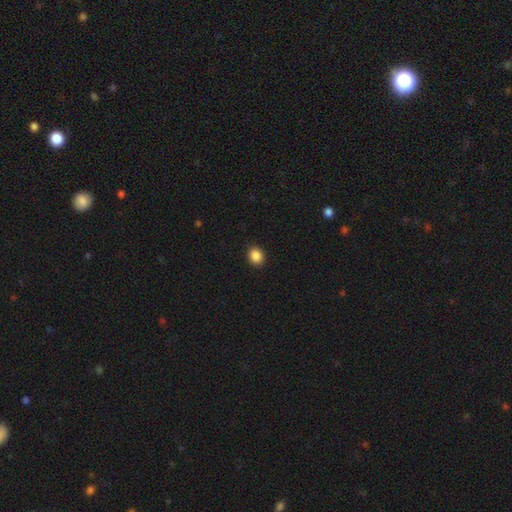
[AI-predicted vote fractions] Morphology: type=smooth (88%); roundness=round (69%); merging=none (92%).